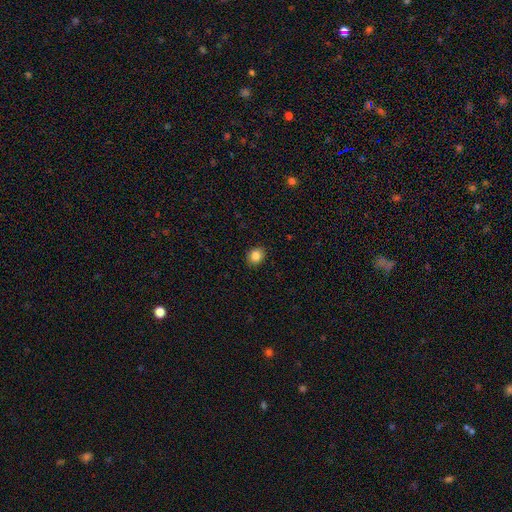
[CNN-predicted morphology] smooth 85%, star or artifact 10%, featured or disk 5%. Down the decision tree: how rounded — round (69%); merging — none (90%).